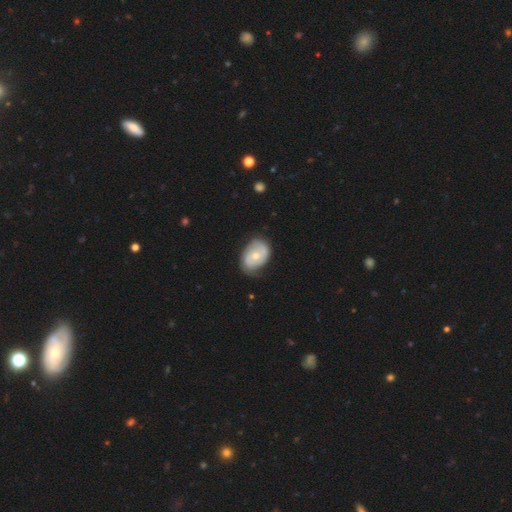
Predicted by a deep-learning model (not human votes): Smooth or featured?
  - featured or disk: 52% *
  - smooth: 42%
  - star or artifact: 6%
Edge-on disk?
  - no: 95% *
  - yes: 5%
Merging?
  - none: 71% *
  - minor disturbance: 23%
  - major disturbance: 5%
  - merger: 1%